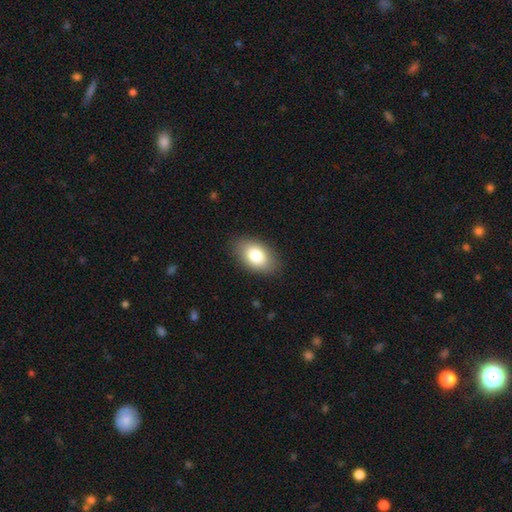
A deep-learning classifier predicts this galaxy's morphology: type=smooth (80%); roundness=in between (89%); merging=none (86%).